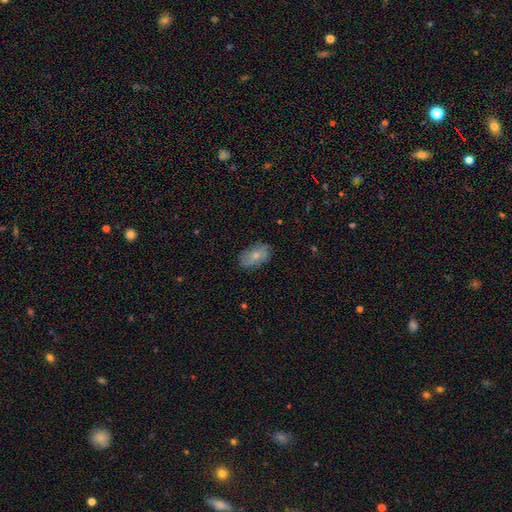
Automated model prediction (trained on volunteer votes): Smooth or featured? smooth (59%)
How rounded? in between (90%)
Merging? none (75%)